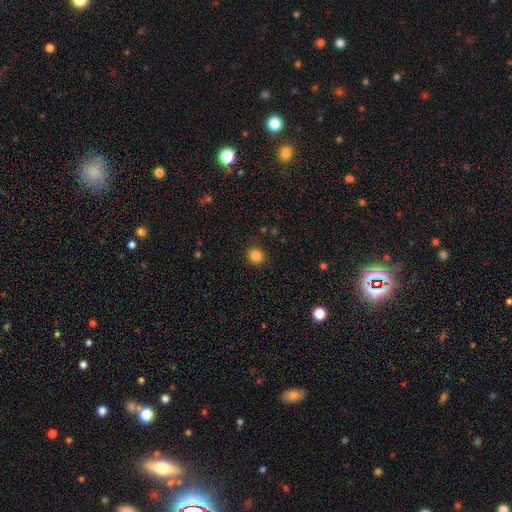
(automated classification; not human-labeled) Smooth or featured? smooth (85%)
How rounded? round (92%)
Merging? none (91%)